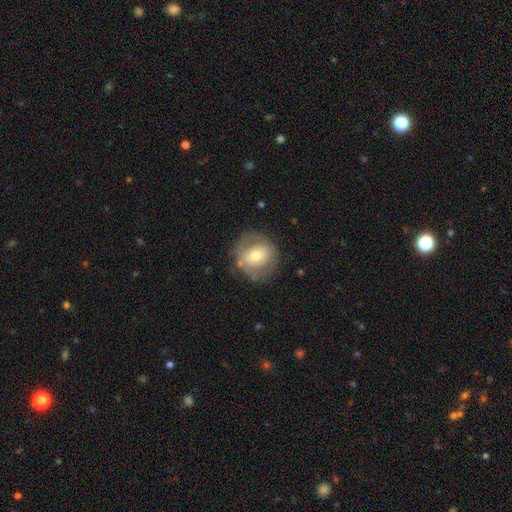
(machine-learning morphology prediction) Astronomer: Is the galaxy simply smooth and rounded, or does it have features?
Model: smooth — 56% (runner-up: featured or disk, 37%).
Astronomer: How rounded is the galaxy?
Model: round — 83%.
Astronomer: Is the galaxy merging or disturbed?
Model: none — 72%.